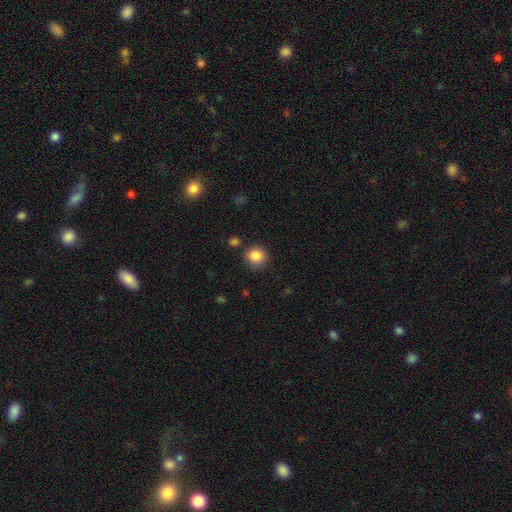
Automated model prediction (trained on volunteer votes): Smooth or featured? Predicted: smooth (p=0.87). How rounded? Predicted: round (p=0.88). Merging? Predicted: none (p=0.83).